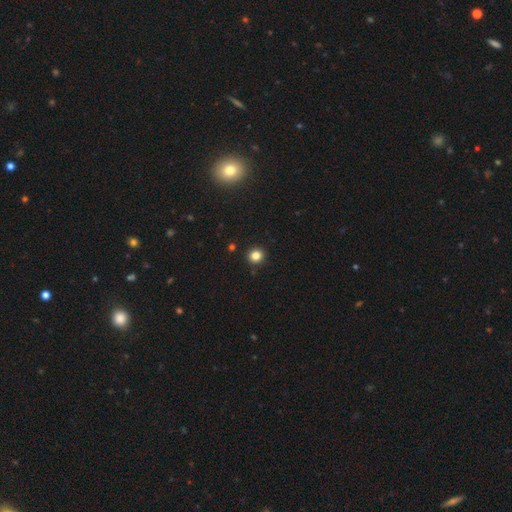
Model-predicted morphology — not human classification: Smooth or featured?
  - smooth: 83% *
  - star or artifact: 13%
  - featured or disk: 5%
How rounded?
  - round: 92% *
  - in between: 7%
  - cigar-shaped: 1%
Merging?
  - none: 92% *
  - minor disturbance: 5%
  - major disturbance: 2%
  - merger: 1%